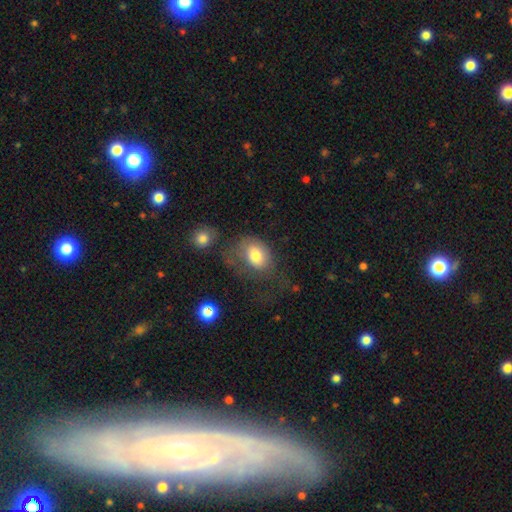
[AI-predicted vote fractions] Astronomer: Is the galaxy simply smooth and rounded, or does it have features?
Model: smooth — 73%.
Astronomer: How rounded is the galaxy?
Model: in between — 69%.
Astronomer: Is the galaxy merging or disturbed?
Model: major disturbance — 39% (runner-up: none, 31%).